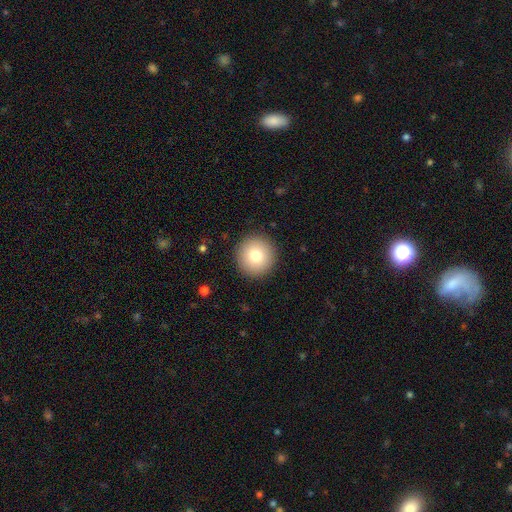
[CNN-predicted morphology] Overall: smooth (78%). How rounded: round (96%). Merging: none (92%).